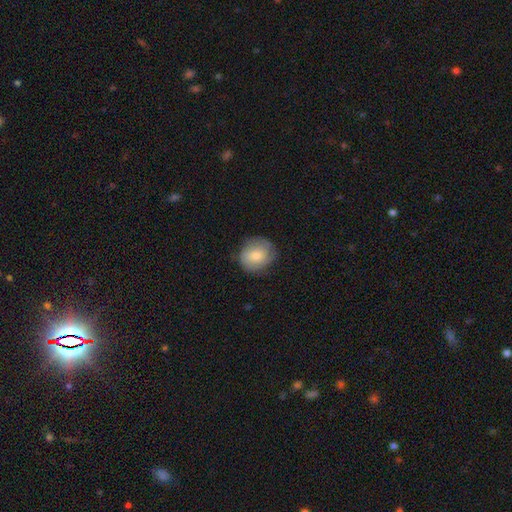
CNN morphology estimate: This appears to be a smooth galaxy with no disk features (69%) that is round (73%). Merging: none (72%).